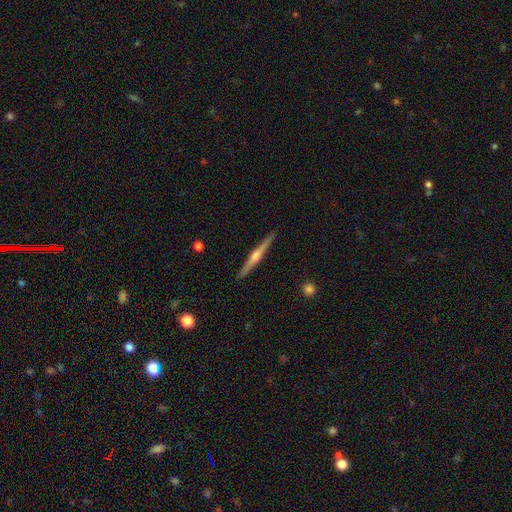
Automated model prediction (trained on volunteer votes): This is clearly a featured or disk galaxy (81%). It is clearly viewed edge-on (99%). Edge-on bulge: clearly rounded (89%). Merging: clearly none (92%).